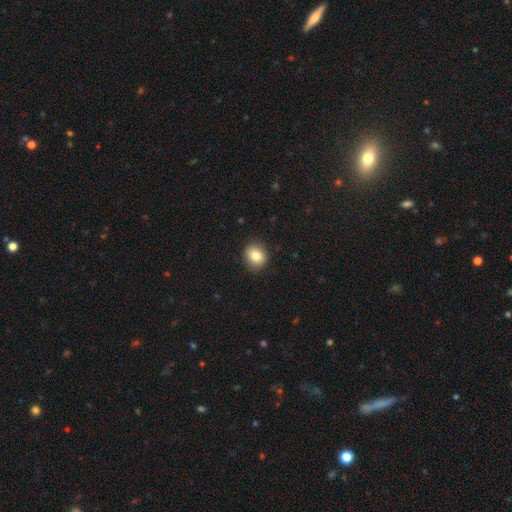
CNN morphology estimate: smooth_or_featured: smooth (p=0.84) [alt: star or artifact p=0.09]
how_rounded: round (p=0.72) [alt: in between p=0.27]
merging: none (p=0.87) [alt: minor disturbance p=0.10]